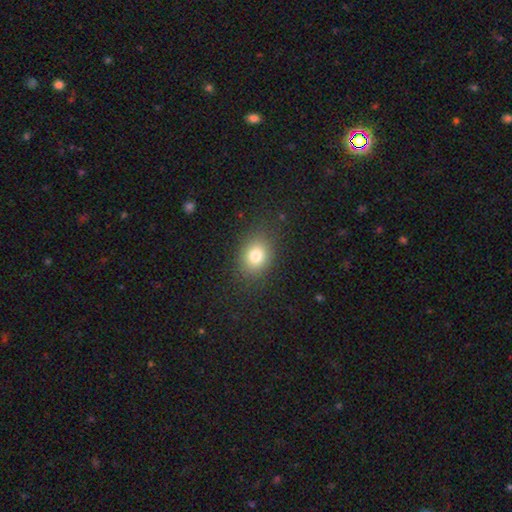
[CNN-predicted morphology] A smooth galaxy with no disk features (79%) that is in between round and cigar-shaped (54%).

Vote fractions:
- Smooth or featured? smooth: 79% / star or artifact: 12% / featured or disk: 9%
- How rounded? in between: 54% / round: 45% / cigar-shaped: 1%
- Merging? none: 84% / minor disturbance: 10% / major disturbance: 5% / merger: 1%